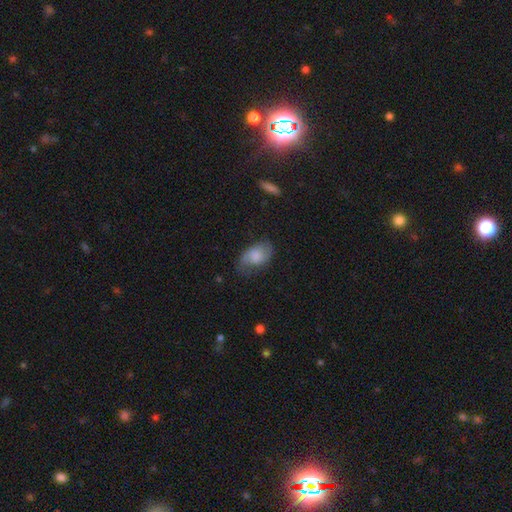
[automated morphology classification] Overall: smooth (56%; featured or disk 36%). How rounded: in between (88%). Merging: none (58%; minor disturbance 28%).